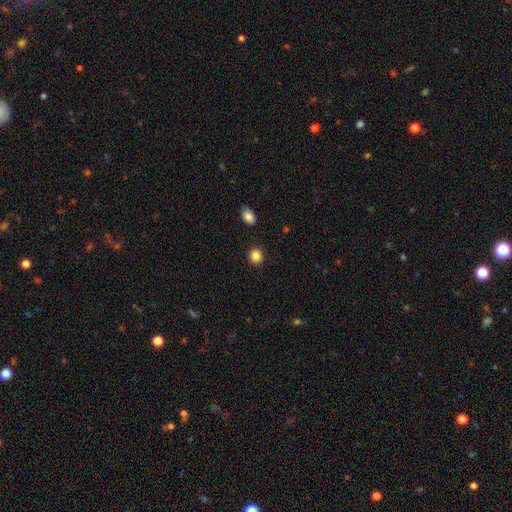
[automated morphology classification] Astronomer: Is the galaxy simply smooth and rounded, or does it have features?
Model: smooth — 87%.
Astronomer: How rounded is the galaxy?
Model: round — 79%.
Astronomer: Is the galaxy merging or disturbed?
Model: none — 90%.